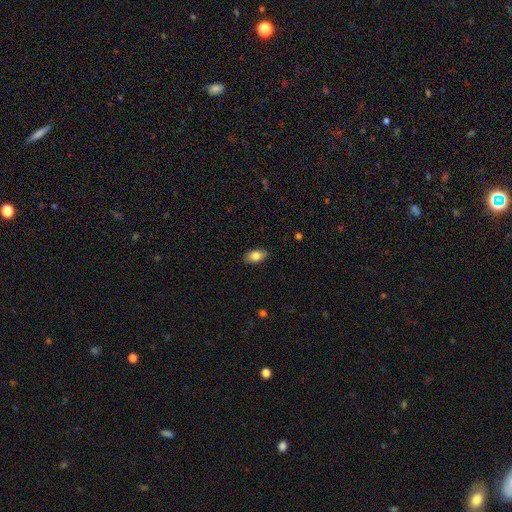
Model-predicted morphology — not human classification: smooth 83%, featured or disk 9%, star or artifact 7%. Down the decision tree: how rounded — in between (91%); merging — none (86%).